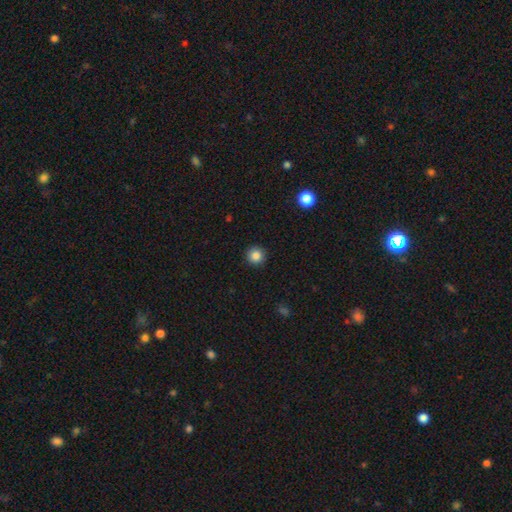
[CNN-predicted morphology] Q: Smooth or featured?
A: smooth (85%); runner-up: star or artifact (11%)
Q: How rounded?
A: round (95%); runner-up: in between (4%)
Q: Merging?
A: none (92%); runner-up: minor disturbance (5%)